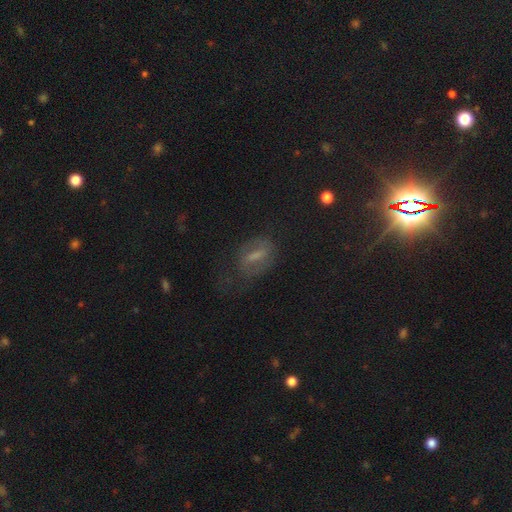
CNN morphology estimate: A featured or disk galaxy (51%).

Vote fractions:
- Smooth or featured? featured or disk: 51% / smooth: 32% / star or artifact: 17%
- Edge-on disk? no: 88% / yes: 12%
- Merging? none: 59% / minor disturbance: 21% / major disturbance: 17% / merger: 2%